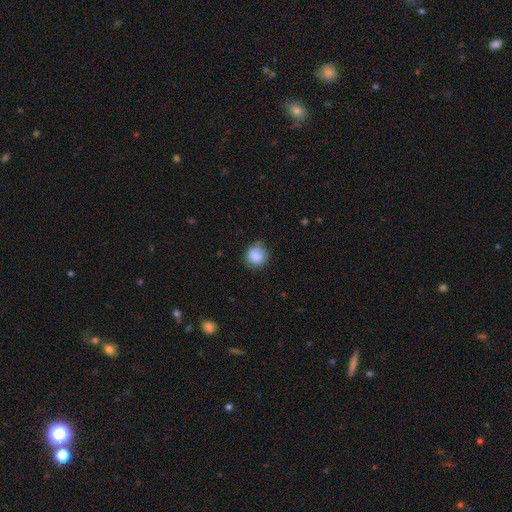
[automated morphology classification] A smooth galaxy with no disk features (88%) that is round (90%).

Vote fractions:
- Smooth or featured? smooth: 88% / star or artifact: 8% / featured or disk: 5%
- How rounded? round: 90% / in between: 9% / cigar-shaped: 1%
- Merging? none: 81% / minor disturbance: 15% / major disturbance: 3% / merger: 1%